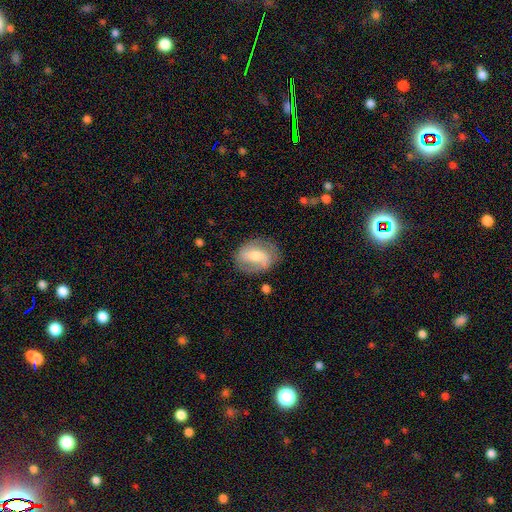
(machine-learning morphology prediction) smooth_or_featured: featured or disk (p=0.59) [alt: smooth p=0.34]
disk_edge_on: no (p=0.95) [alt: yes p=0.05]
bar: weak (p=0.41) [alt: strong p=0.30]
has_spiral_arms: yes (p=0.76) [alt: no p=0.24]
bulge_size: moderate (p=0.60) [alt: small p=0.30]
merging: none (p=0.73) [alt: minor disturbance p=0.18]